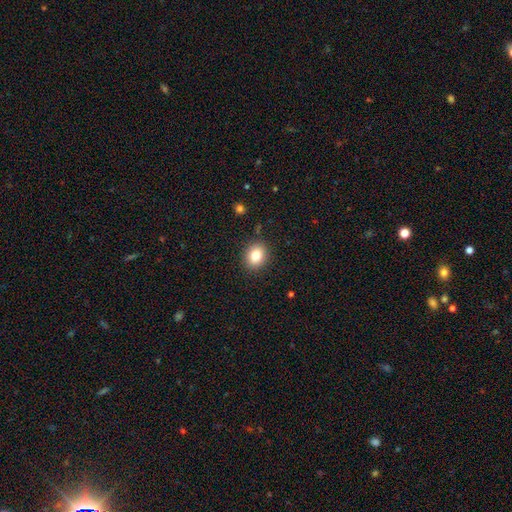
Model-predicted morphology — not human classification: smooth 81%, star or artifact 10%, featured or disk 8%. Down the decision tree: how rounded — round (59%); merging — none (89%).